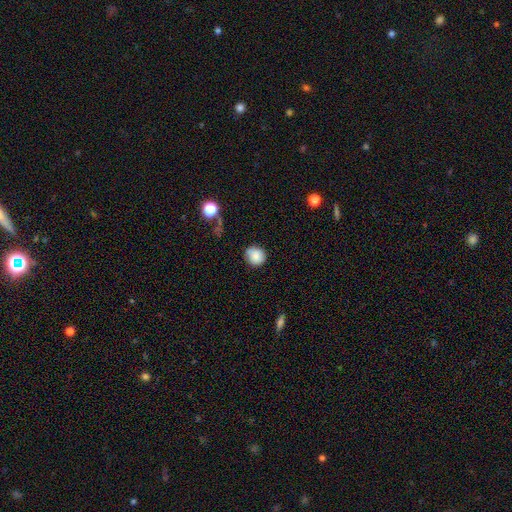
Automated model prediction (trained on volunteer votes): A smooth galaxy with no disk features (85%) that is round (82%). Merging: none (78%).